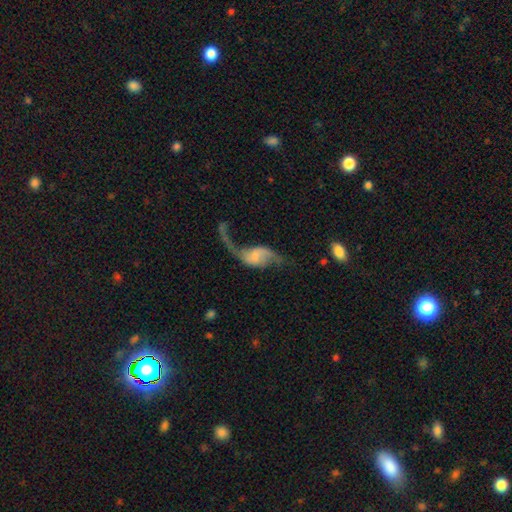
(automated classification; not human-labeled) Q: Smooth or featured?
A: featured or disk (80%); runner-up: smooth (14%)
Q: Edge-on disk?
A: no (97%); runner-up: yes (3%)
Q: Bar?
A: no (44%); runner-up: weak (43%)
Q: Spiral arms?
A: yes (92%); runner-up: no (8%)
Q: Spiral winding?
A: loose (92%); runner-up: medium (6%)
Q: Spiral arm count?
A: 2 (85%); runner-up: 1 (11%)
Q: Bulge size?
A: none (46%); runner-up: small (27%)
Q: Merging?
A: major disturbance (38%); runner-up: none (36%)